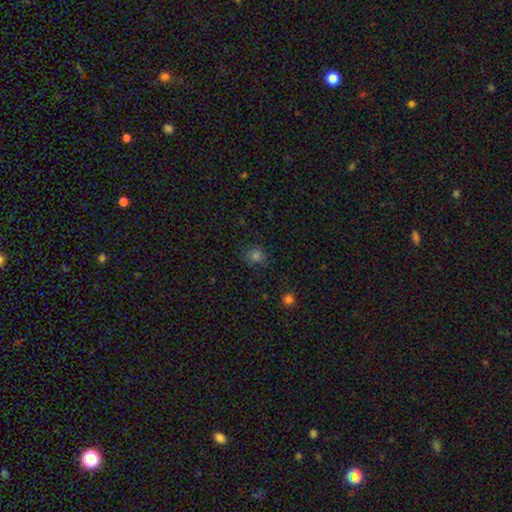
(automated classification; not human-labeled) This appears to be a smooth galaxy with no disk features (75%) that is round (79%). Merging: none (82%).